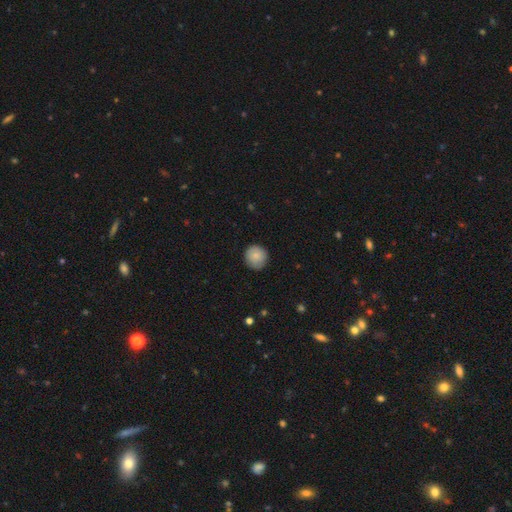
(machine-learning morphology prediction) smooth-or-featured: smooth: 83% | featured or disk: 9% | star or artifact: 7%
  how-rounded: round: 93% | in between: 6% | cigar-shaped: 1%
  merging: none: 85% | minor disturbance: 12% | major disturbance: 2% | merger: 1%